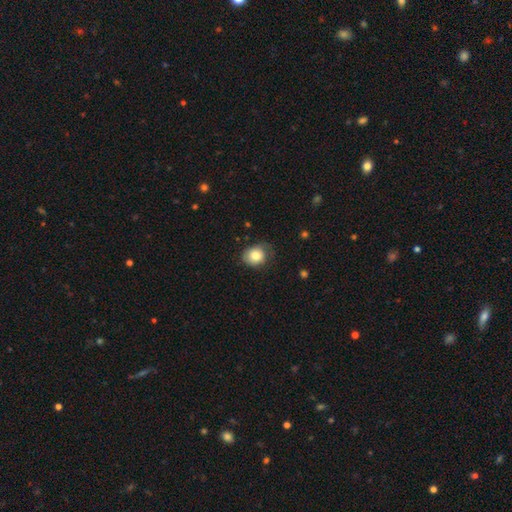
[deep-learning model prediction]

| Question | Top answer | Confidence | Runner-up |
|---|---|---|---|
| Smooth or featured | smooth | 79% | featured or disk (13%) |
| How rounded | round | 63% | in between (36%) |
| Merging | none | 58% | minor disturbance (30%) |